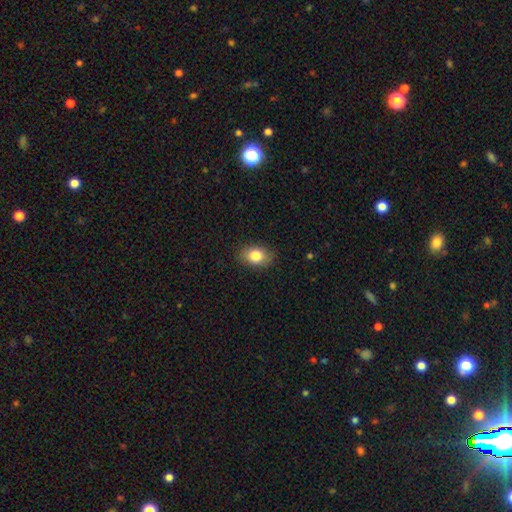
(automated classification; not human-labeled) Morphology: type=smooth (81%); roundness=in between (74%); merging=none (85%).